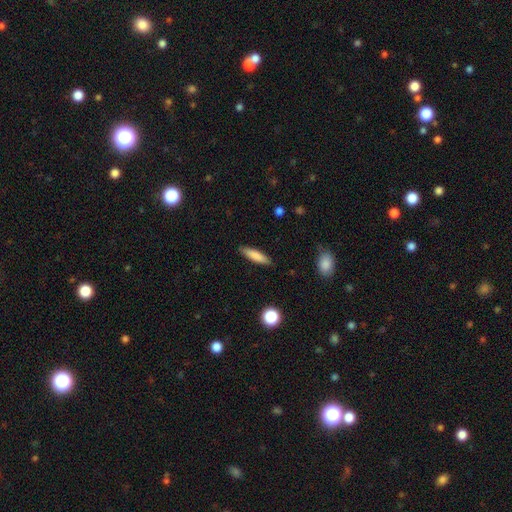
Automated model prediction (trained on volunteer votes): smooth 82%, featured or disk 11%, star or artifact 6%. Down the decision tree: how rounded — cigar-shaped (73%); merging — none (88%).